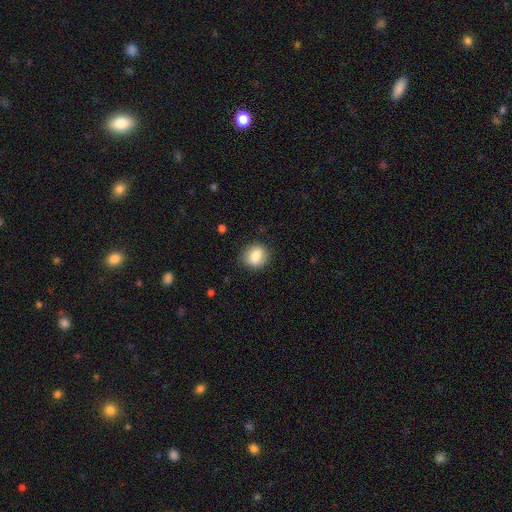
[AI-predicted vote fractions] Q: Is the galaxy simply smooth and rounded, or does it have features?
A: smooth — 81%.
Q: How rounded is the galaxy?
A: round — 65%.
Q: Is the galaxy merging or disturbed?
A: none — 83%.